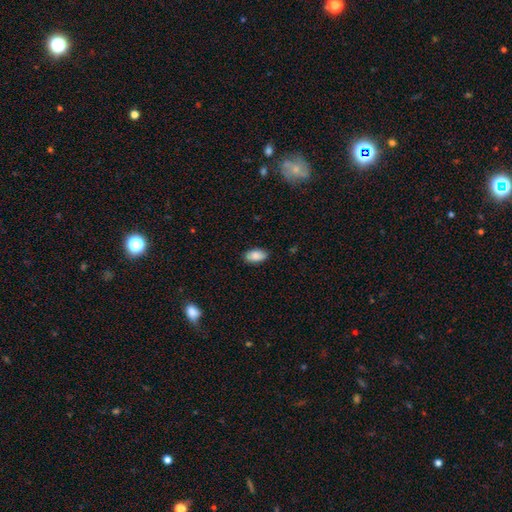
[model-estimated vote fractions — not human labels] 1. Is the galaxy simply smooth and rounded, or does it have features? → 88% smooth, 7% star or artifact, 5% featured or disk.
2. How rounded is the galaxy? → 94% in between, 3% round, 3% cigar-shaped.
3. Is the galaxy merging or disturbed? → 87% none, 10% minor disturbance, 2% major disturbance, 1% merger.